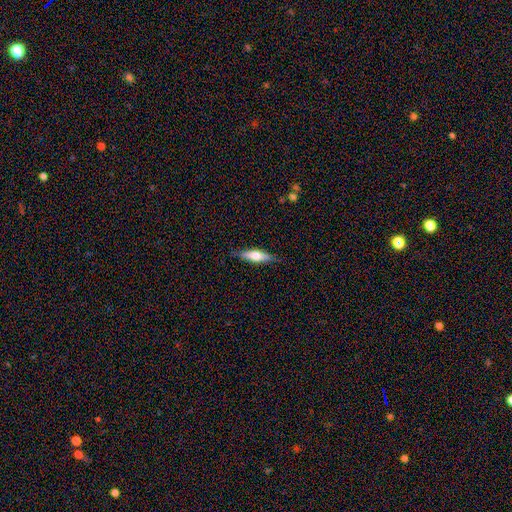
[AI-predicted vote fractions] Morphology: type=smooth (54%); roundness=cigar-shaped (61%); merging=none (84%).